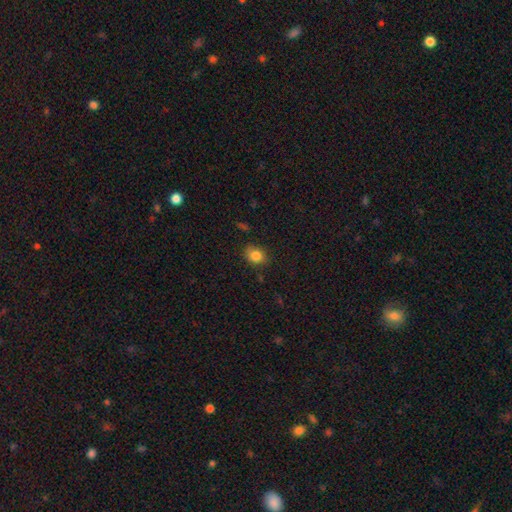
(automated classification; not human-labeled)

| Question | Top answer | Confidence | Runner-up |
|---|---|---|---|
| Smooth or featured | smooth | 84% | star or artifact (10%) |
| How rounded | round | 55% | in between (44%) |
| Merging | none | 76% | minor disturbance (18%) |